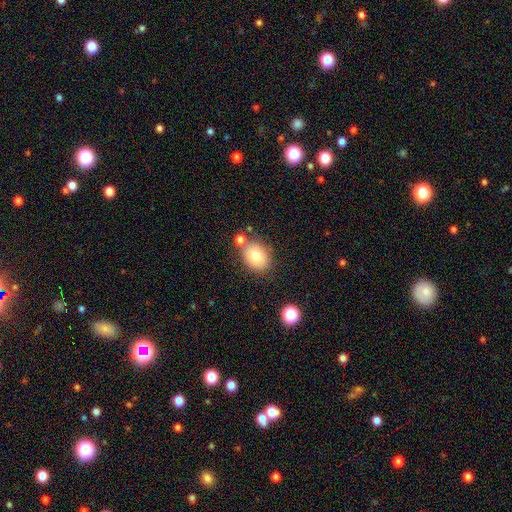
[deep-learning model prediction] Smooth or featured: smooth — 79% (featured or disk — 11%)
How rounded: round — 53% (in between — 46%)
Merging: none — 70% (merger — 13%)